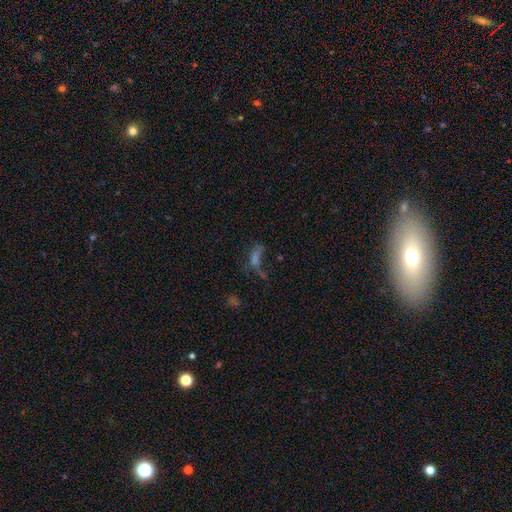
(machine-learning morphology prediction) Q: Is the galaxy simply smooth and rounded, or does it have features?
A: smooth — 39%.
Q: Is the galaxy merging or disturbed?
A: none — 35%, tied with major disturbance.